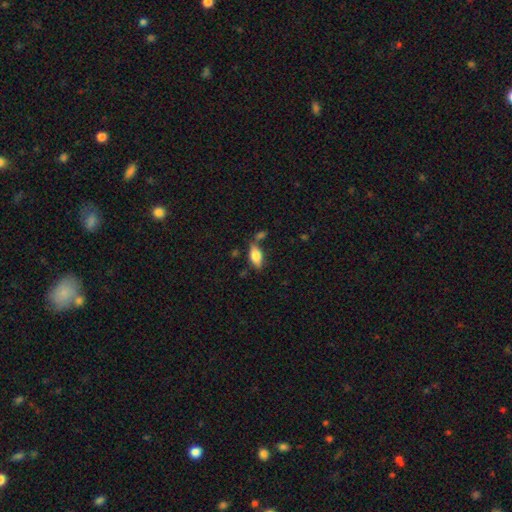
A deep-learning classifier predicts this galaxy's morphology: type=smooth (77%); roundness=in between (85%); merging=none (65%).